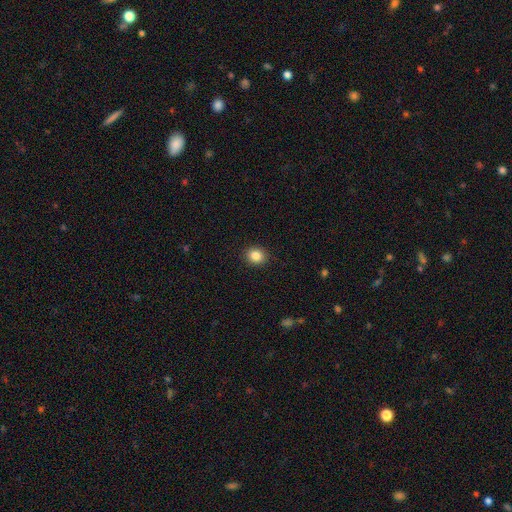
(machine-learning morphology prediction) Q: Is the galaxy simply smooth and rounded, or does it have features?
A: smooth — 85%.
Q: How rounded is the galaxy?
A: round — 73%.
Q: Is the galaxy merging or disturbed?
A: none — 91%.